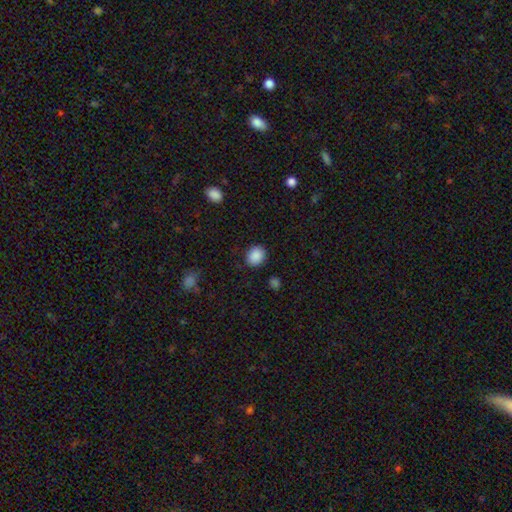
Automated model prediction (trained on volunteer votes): Smooth or featured: smooth — 89% (star or artifact — 8%)
How rounded: round — 64% (in between — 35%)
Merging: none — 87% (minor disturbance — 9%)